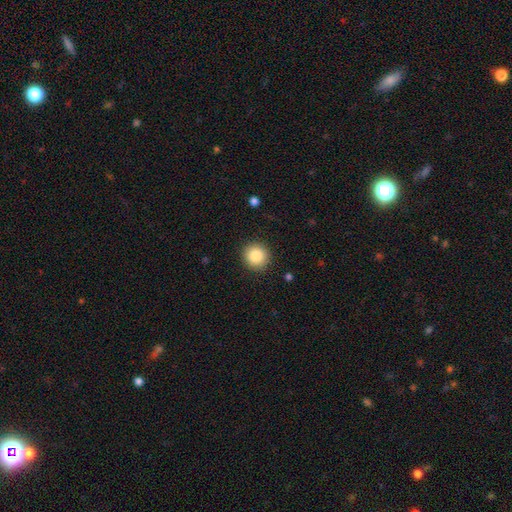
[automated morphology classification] smooth 86%, star or artifact 9%, featured or disk 5%. Down the decision tree: how rounded — round (92%); merging — none (91%).